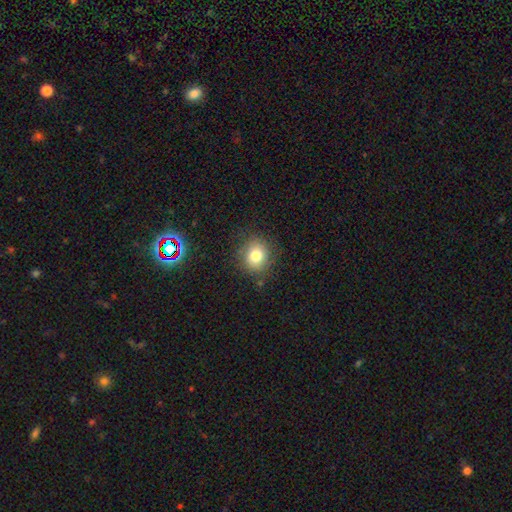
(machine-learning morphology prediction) A smooth galaxy with no disk features (79%) that is round (78%). Merging: none (83%).